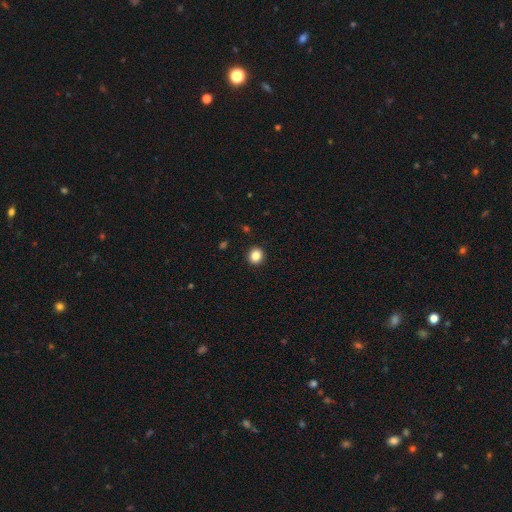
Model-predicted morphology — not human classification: This is clearly a smooth galaxy (85%). How rounded: clearly round (88%). Merging: clearly none (93%).